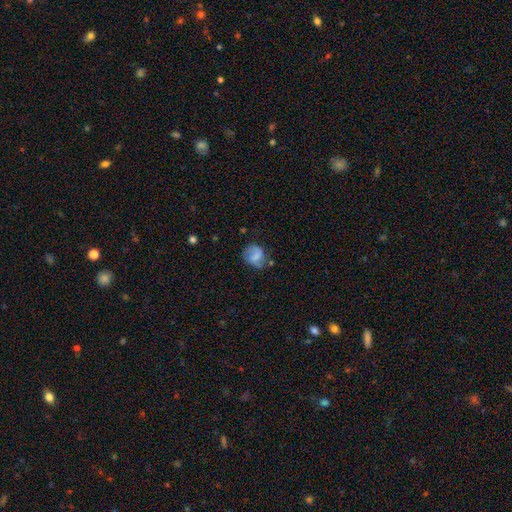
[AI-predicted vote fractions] Smooth or featured?
  - featured or disk: 53% *
  - smooth: 38%
  - star or artifact: 8%
Edge-on disk?
  - no: 97% *
  - yes: 3%
Bar?
  - weak: 49% *
  - no: 26%
  - strong: 25%
Spiral arms?
  - yes: 83% *
  - no: 17%
Bulge size?
  - none: 36% *
  - small: 34%
  - moderate: 24%
  - large: 5%
  - dominant: 1%
Merging?
  - none: 61% *
  - minor disturbance: 24%
  - major disturbance: 11%
  - merger: 4%